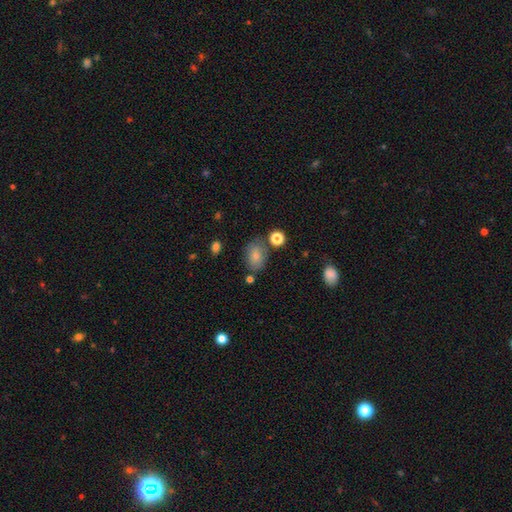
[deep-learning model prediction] Smooth or featured?
  - smooth: 80% *
  - featured or disk: 11%
  - star or artifact: 9%
How rounded?
  - in between: 80% *
  - round: 18%
  - cigar-shaped: 1%
Merging?
  - none: 71% *
  - minor disturbance: 16%
  - merger: 7%
  - major disturbance: 5%